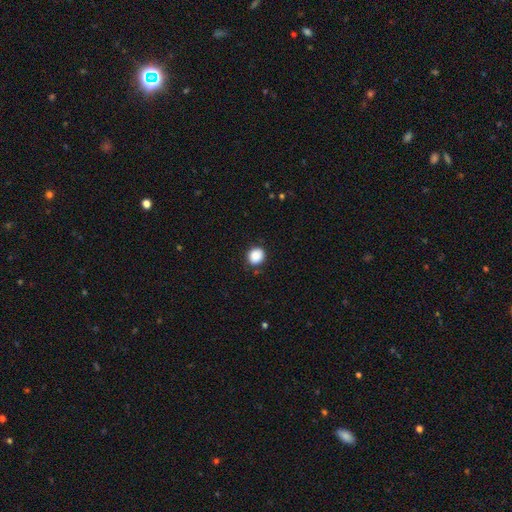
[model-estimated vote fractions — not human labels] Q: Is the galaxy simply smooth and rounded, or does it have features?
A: smooth — 88%.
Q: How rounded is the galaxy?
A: round — 84%.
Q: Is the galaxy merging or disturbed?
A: none — 86%.